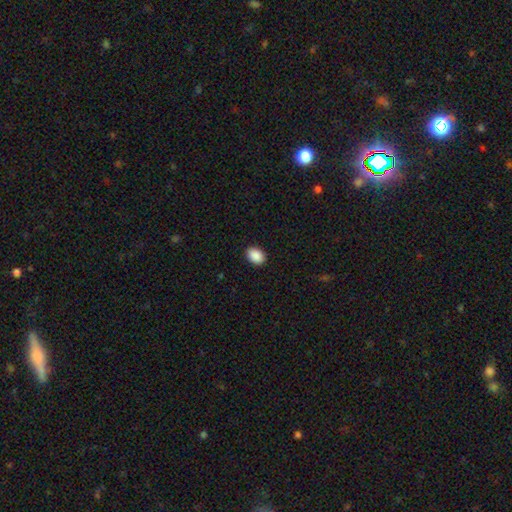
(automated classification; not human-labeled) Overall: smooth (90%). How rounded: in between (75%). Merging: none (91%).